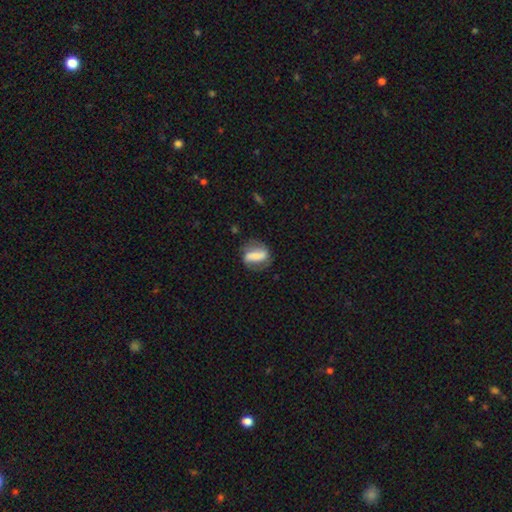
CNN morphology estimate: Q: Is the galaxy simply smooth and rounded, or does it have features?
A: smooth — 46%, tied with featured or disk.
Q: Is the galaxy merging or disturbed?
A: none — 61%.